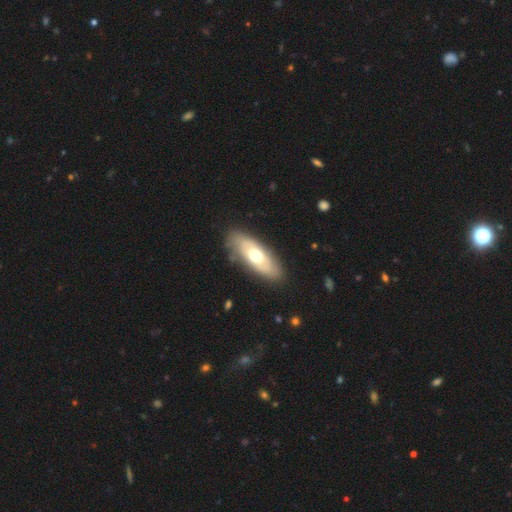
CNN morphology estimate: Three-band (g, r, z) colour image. It shows a smooth galaxy with no disk features (54%) that is in between round and cigar-shaped (75%). Merging: none (84%).